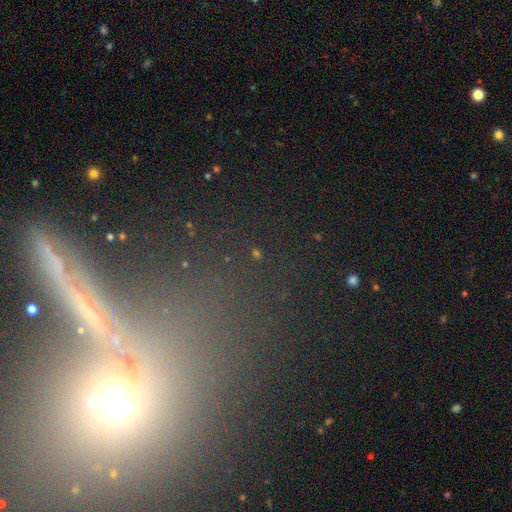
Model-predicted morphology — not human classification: star or artifact 66%, smooth 19%, featured or disk 14%.